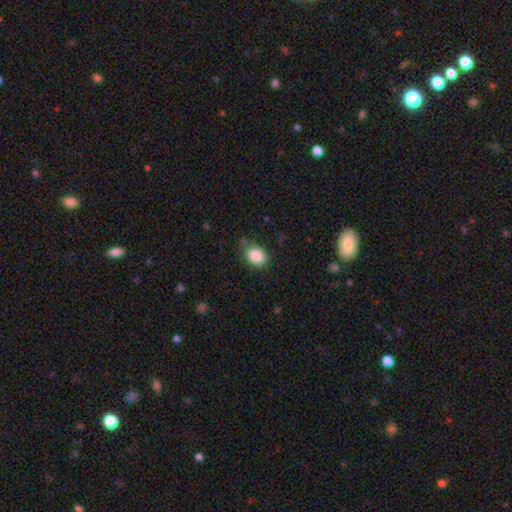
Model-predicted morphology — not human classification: type=smooth (87%); roundness=in between (70%); merging=none (74%).